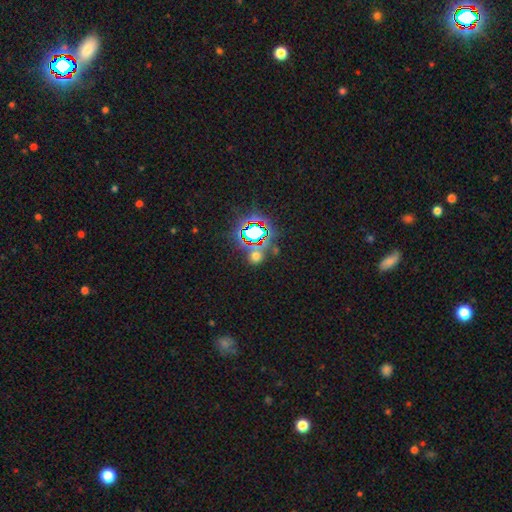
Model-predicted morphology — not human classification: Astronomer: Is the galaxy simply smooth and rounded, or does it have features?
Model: smooth — 49% (runner-up: star or artifact, 43%).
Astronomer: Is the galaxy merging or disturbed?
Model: none — 73%.